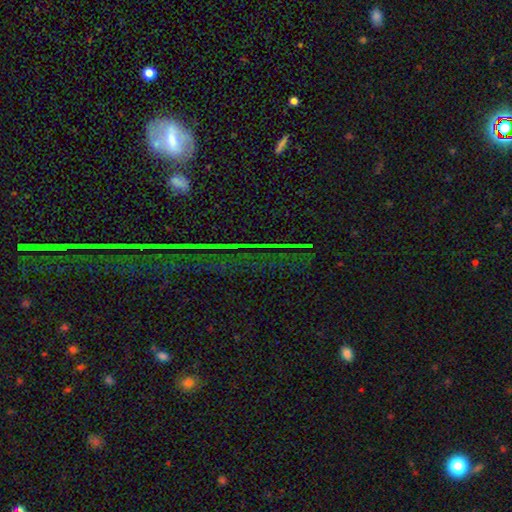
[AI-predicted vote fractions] Smooth or featured? Predicted: star or artifact (p=0.75).